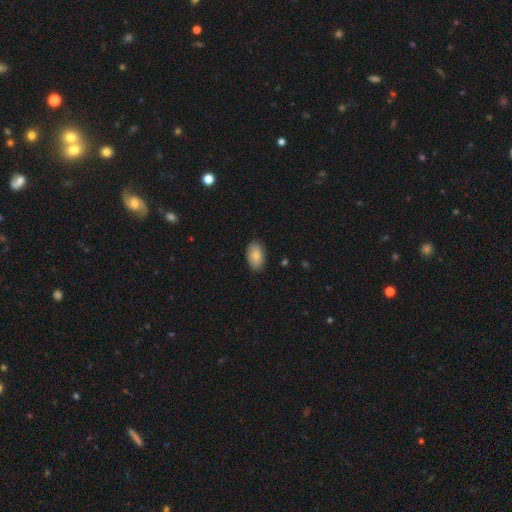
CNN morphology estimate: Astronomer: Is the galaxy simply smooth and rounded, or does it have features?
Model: smooth — 86%.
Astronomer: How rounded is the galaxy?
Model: in between — 94%.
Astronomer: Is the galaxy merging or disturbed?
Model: none — 86%.